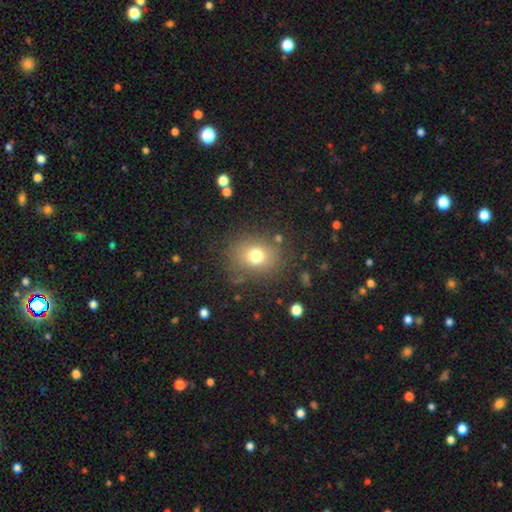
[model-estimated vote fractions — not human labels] Smooth or featured? smooth (74%)
How rounded? round (60%)
Merging? none (80%)